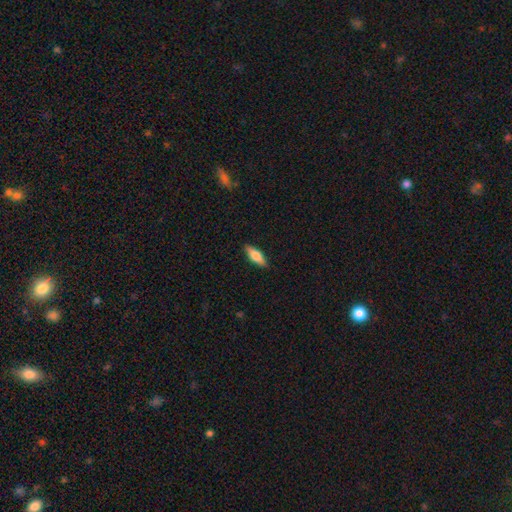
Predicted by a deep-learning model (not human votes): Smooth or featured? smooth (62%)
How rounded? in between (53%)
Merging? none (88%)